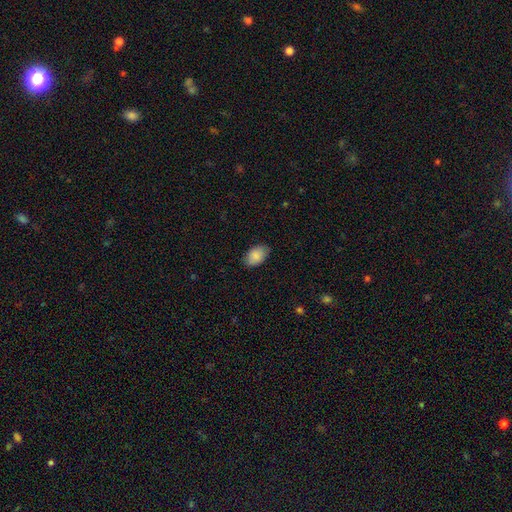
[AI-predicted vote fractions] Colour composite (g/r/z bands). It shows a smooth galaxy with no disk features (87%) that is in between round and cigar-shaped (90%). Merging: none (82%).